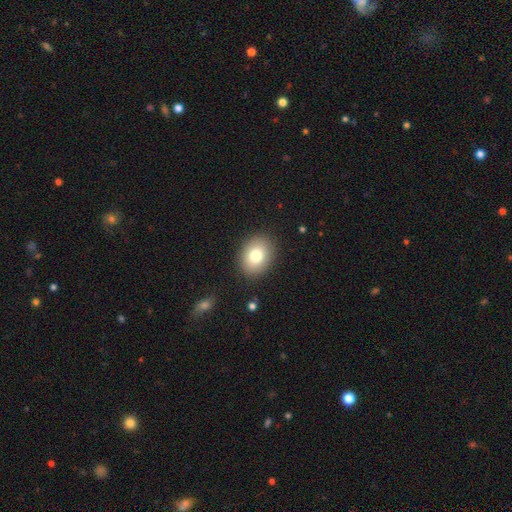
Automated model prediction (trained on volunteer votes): The model was most divided on "how rounded": in between: 62%, round: 37%, cigar-shaped: 1%. More confident: merging — none (88%); smooth or featured — smooth (80%).